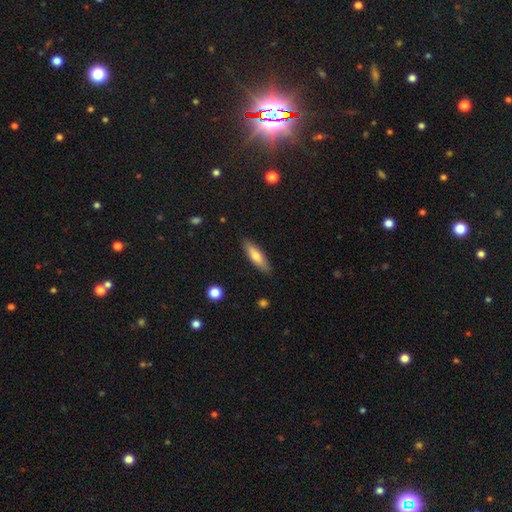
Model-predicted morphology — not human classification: Smooth or featured?
  - smooth: 69% *
  - featured or disk: 25%
  - star or artifact: 6%
How rounded?
  - cigar-shaped: 59% *
  - in between: 39%
  - round: 2%
Merging?
  - none: 87% *
  - minor disturbance: 9%
  - major disturbance: 2%
  - merger: 1%